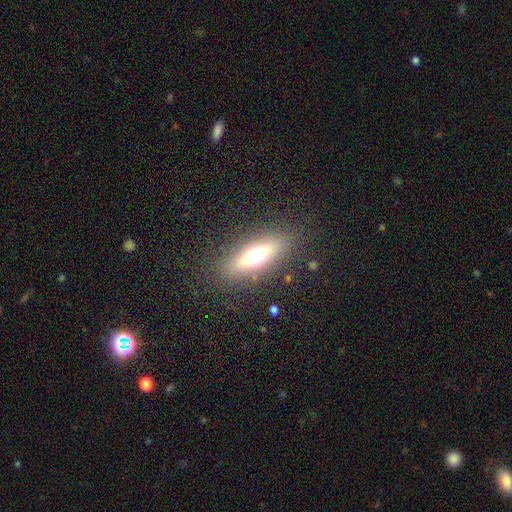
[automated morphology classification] A smooth galaxy with no disk features (46%).

Vote fractions:
- Smooth or featured? smooth: 46% / featured or disk: 42% / star or artifact: 12%
- Merging? none: 86% / minor disturbance: 9% / major disturbance: 4% / merger: 1%